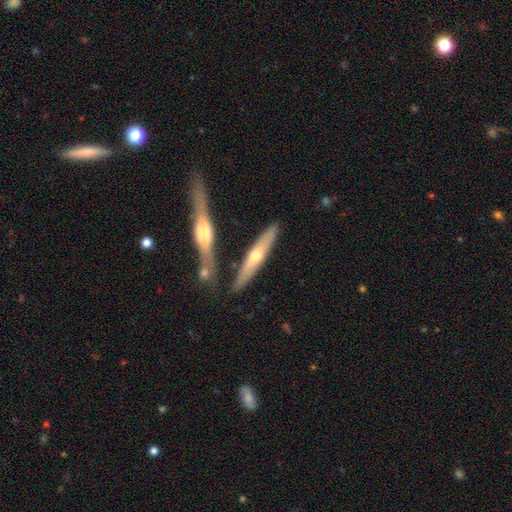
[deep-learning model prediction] Smooth or featured: featured or disk — 63% (smooth — 31%)
Edge-on disk: yes — 93% (no — 7%)
Edge-on bulge: rounded — 88% (none — 9%)
Merging: none — 77% (minor disturbance — 11%)